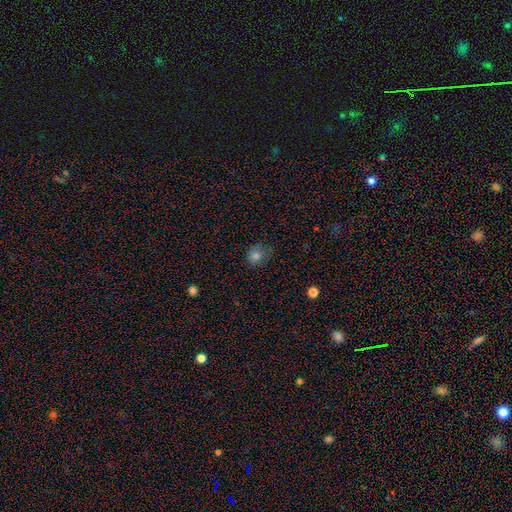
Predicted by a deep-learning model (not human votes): Smooth or featured? Predicted: smooth (p=0.78). How rounded? Predicted: round (p=0.68). Merging? Predicted: none (p=0.68).